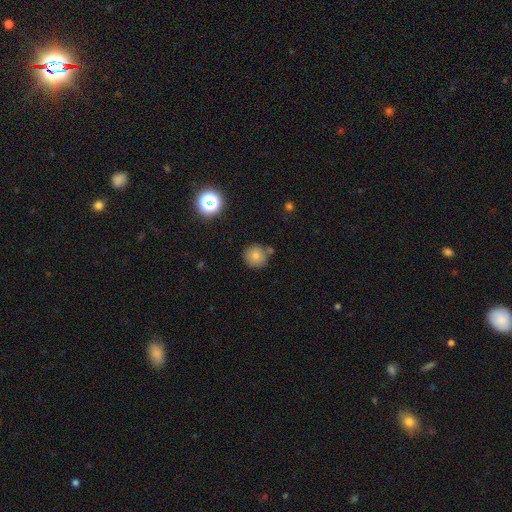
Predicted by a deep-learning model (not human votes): Smooth or featured?
  - smooth: 79% *
  - star or artifact: 12%
  - featured or disk: 8%
How rounded?
  - round: 93% *
  - in between: 6%
  - cigar-shaped: 1%
Merging?
  - none: 74% *
  - minor disturbance: 12%
  - merger: 10%
  - major disturbance: 3%